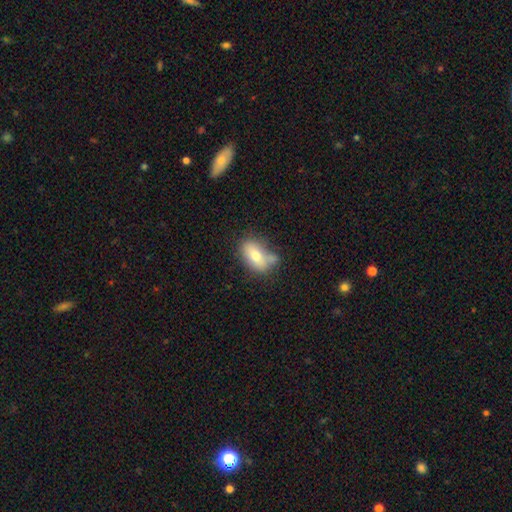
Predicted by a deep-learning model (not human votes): A smooth galaxy with no disk features (73%) that is in between round and cigar-shaped (88%). Merging: none (47%).